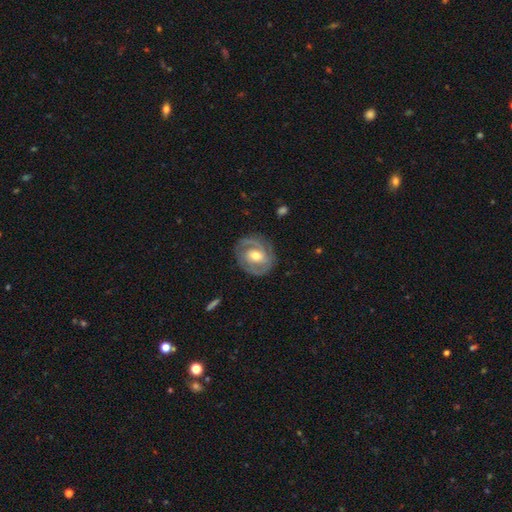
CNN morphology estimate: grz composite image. It shows a featured or disk galaxy (79%) with a weak bar (42%), 2 (73%) tight (50%) spiral arms (87%) and a moderate central bulge (71%). Merging: none (81%).